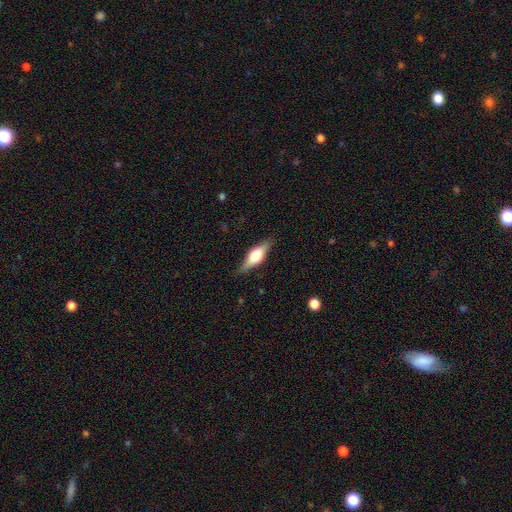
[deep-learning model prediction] featured or disk 57%, smooth 36%, star or artifact 7%. Down the decision tree: edge-on disk — yes (95%); edge-on bulge — rounded (92%); merging — none (86%).